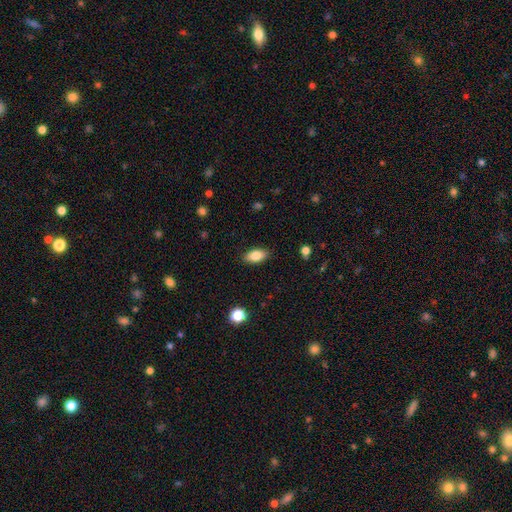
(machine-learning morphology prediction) Smooth or featured? smooth (83%)
How rounded? in between (91%)
Merging? none (88%)